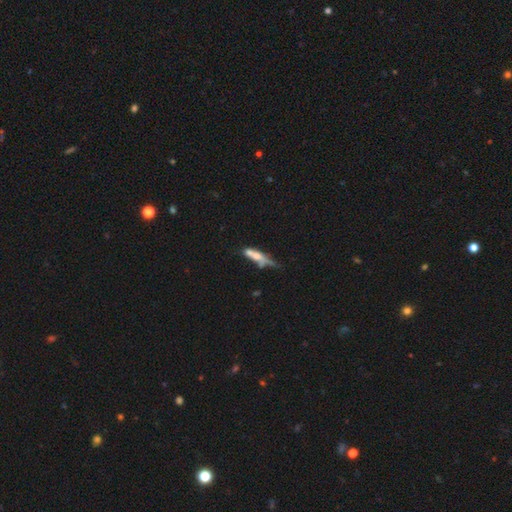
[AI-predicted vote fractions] A smooth galaxy with no disk features (45%, tied with featured or disk). Merging: merger (33%).